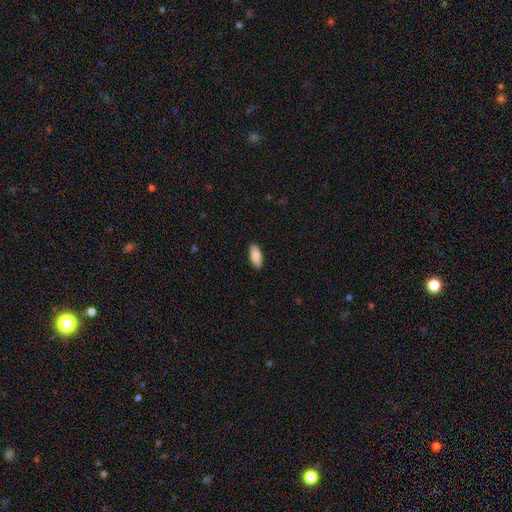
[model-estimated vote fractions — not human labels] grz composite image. It shows a smooth galaxy with no disk features (88%) that is in between round and cigar-shaped (82%). Merging: none (89%).